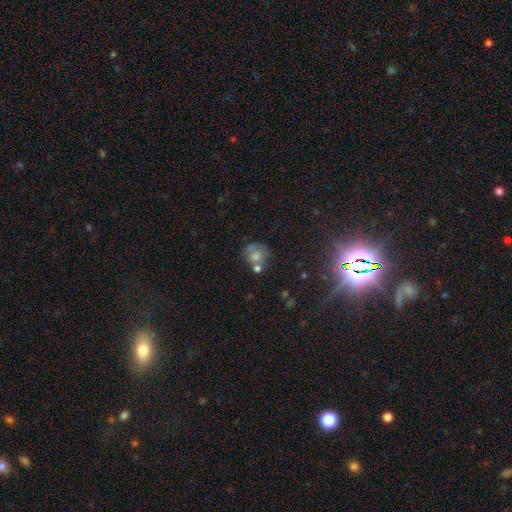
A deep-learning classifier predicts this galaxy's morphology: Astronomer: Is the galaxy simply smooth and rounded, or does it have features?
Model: smooth — 69%.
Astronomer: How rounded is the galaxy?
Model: round — 79%.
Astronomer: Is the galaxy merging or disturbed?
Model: none — 49%.